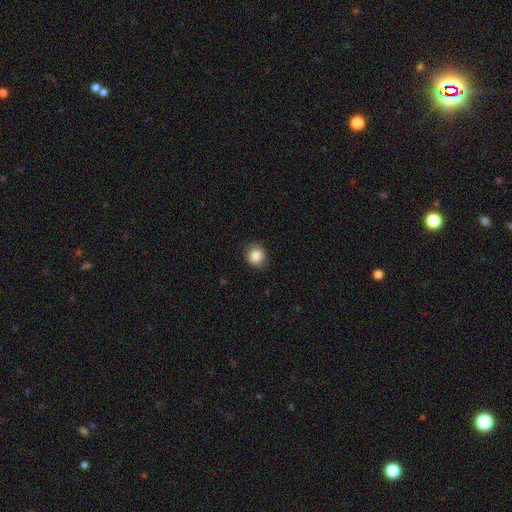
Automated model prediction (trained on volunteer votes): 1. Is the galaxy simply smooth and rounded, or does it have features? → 87% smooth, 9% star or artifact, 4% featured or disk.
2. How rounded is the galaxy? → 84% round, 15% in between, 1% cigar-shaped.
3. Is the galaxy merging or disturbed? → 87% none, 9% minor disturbance, 2% major disturbance, 1% merger.